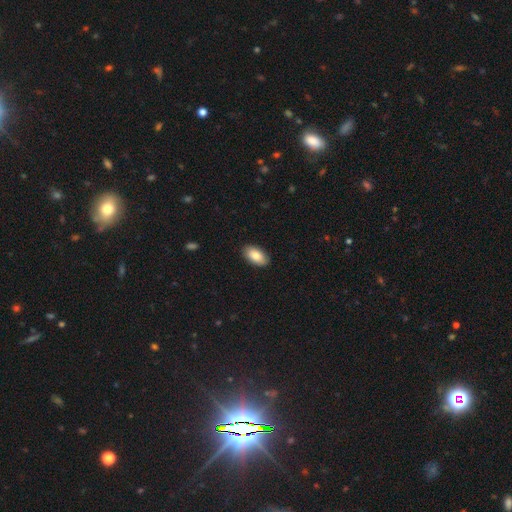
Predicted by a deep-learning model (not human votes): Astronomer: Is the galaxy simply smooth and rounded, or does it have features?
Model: smooth — 83%.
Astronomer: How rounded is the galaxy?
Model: in between — 94%.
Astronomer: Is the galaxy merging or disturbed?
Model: none — 89%.